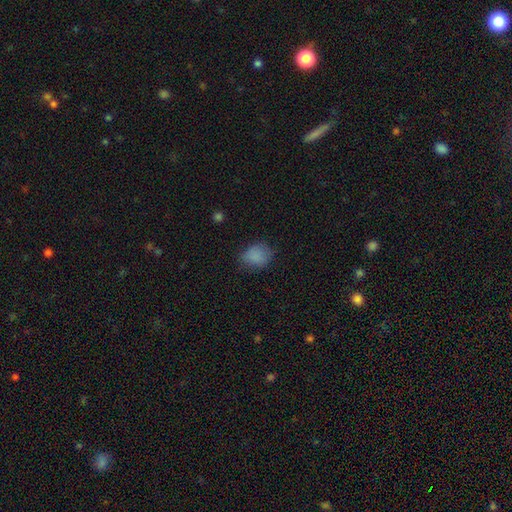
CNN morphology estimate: This is clearly a smooth galaxy (83%). How rounded: possibly round (50%). Merging: likely none (68%).